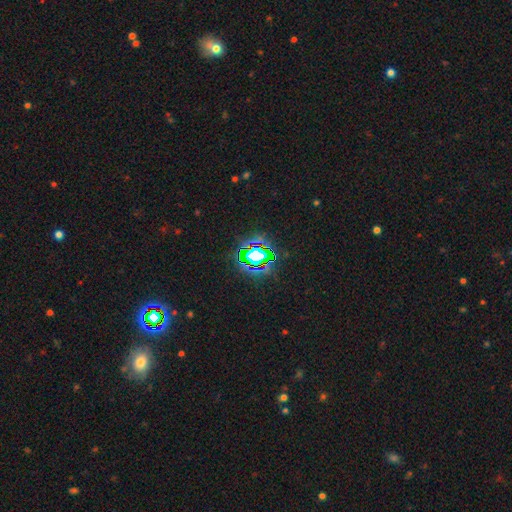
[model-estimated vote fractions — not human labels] Overall: star or artifact (71%).